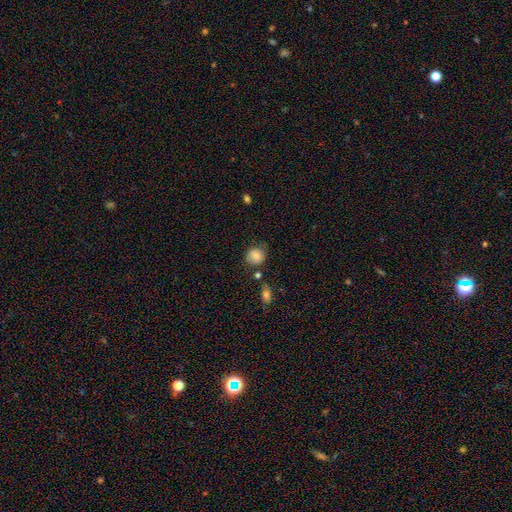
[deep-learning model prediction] Overall: smooth (77%). How rounded: round (75%). Merging: none (66%).